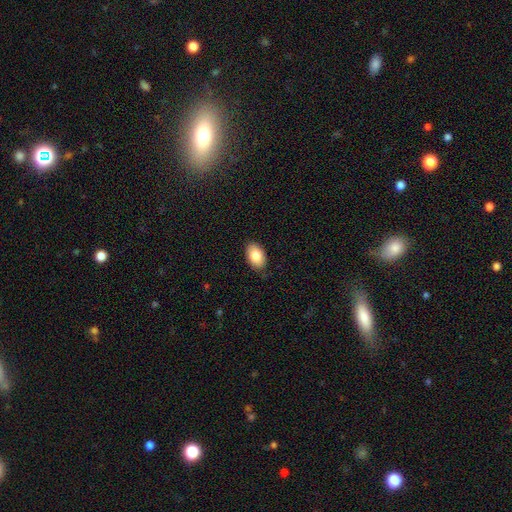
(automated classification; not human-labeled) Smooth or featured? Predicted: smooth (p=0.83). How rounded? Predicted: in between (p=0.90). Merging? Predicted: none (p=0.86).